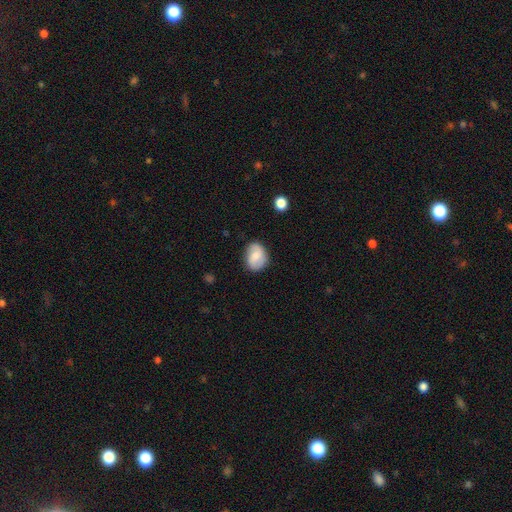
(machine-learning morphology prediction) This is likely a smooth galaxy (68%). How rounded: possibly in between (59%). Merging: likely none (76%).